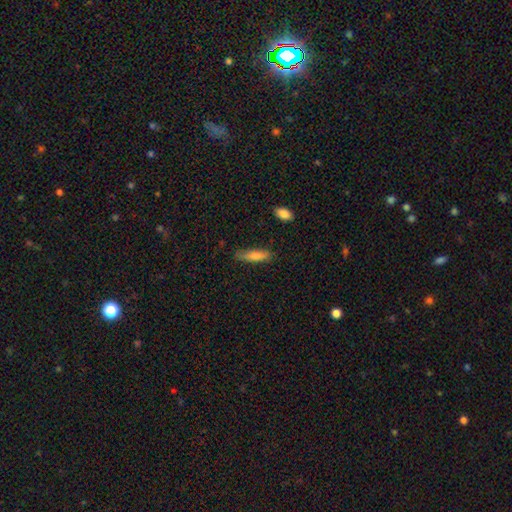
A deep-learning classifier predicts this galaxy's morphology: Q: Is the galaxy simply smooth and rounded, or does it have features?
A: smooth — 80%.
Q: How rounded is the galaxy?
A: cigar-shaped — 70%.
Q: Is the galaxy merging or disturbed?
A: none — 77%.